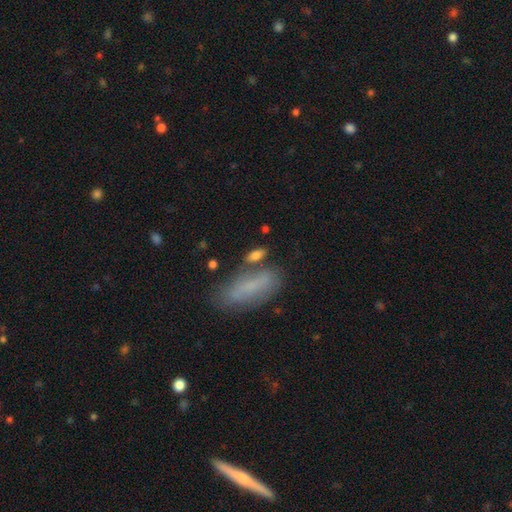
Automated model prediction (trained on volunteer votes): Q: Smooth or featured?
A: smooth (77%); runner-up: featured or disk (15%)
Q: How rounded?
A: in between (77%); runner-up: cigar-shaped (16%)
Q: Merging?
A: none (64%); runner-up: minor disturbance (15%)